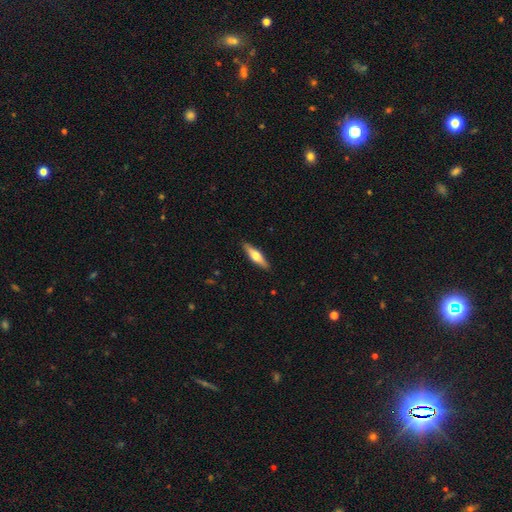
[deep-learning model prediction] Smooth or featured? Predicted: featured or disk (p=0.50). Edge-on disk? Predicted: yes (p=0.93). Merging? Predicted: none (p=0.90).